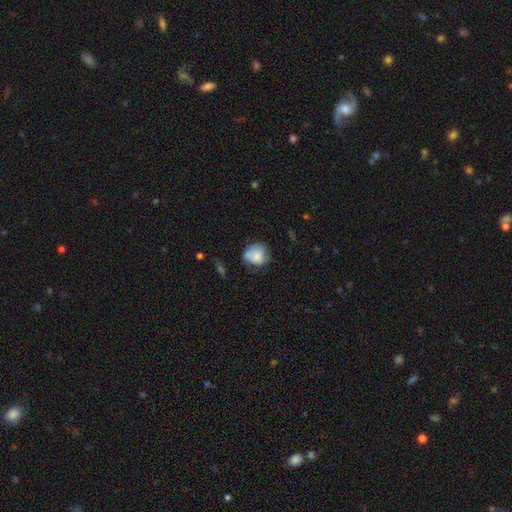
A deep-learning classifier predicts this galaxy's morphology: The model was most divided on "merging": none: 48%, minor disturbance: 31%, major disturbance: 14%, merger: 6%. More confident: smooth or featured — smooth (71%); how rounded — round (70%).